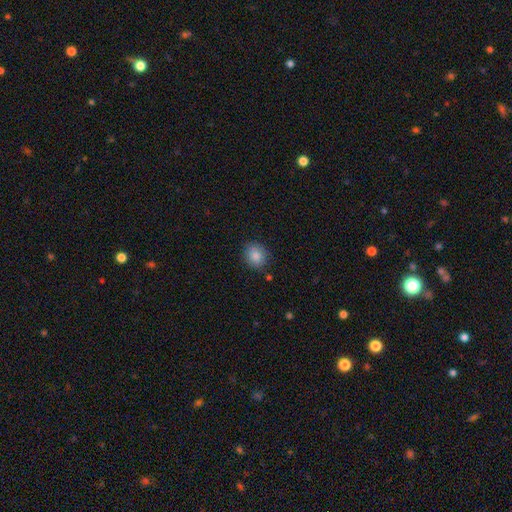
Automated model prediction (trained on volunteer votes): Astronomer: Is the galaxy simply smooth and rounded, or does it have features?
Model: smooth — 86%.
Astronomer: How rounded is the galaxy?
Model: round — 73%.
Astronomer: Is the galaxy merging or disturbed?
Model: none — 86%.